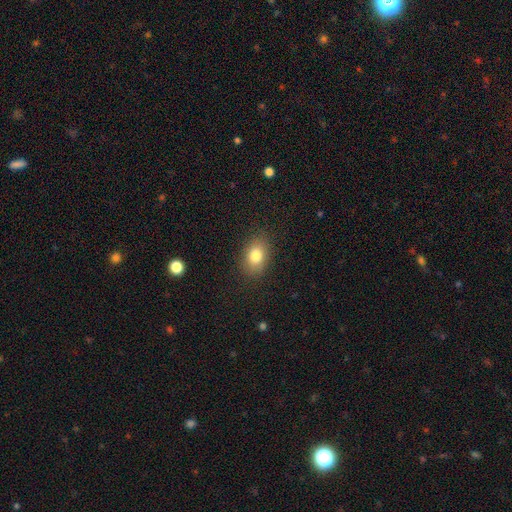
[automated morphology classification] smooth 81%, star or artifact 10%, featured or disk 9%. Down the decision tree: how rounded — in between (78%); merging — none (85%).